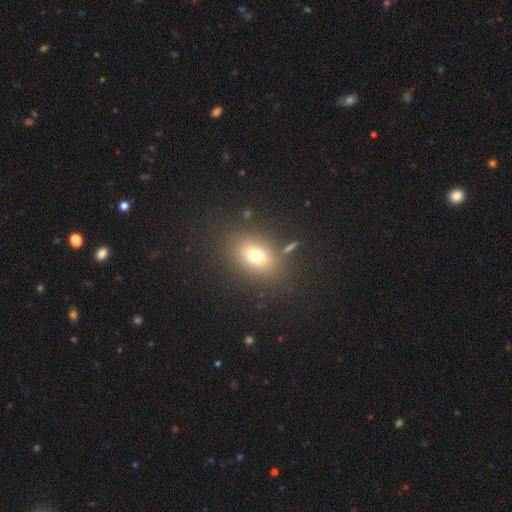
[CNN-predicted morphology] The model was most divided on "how rounded": in between: 62%, round: 37%, cigar-shaped: 2%. More confident: merging — none (81%); smooth or featured — smooth (73%).